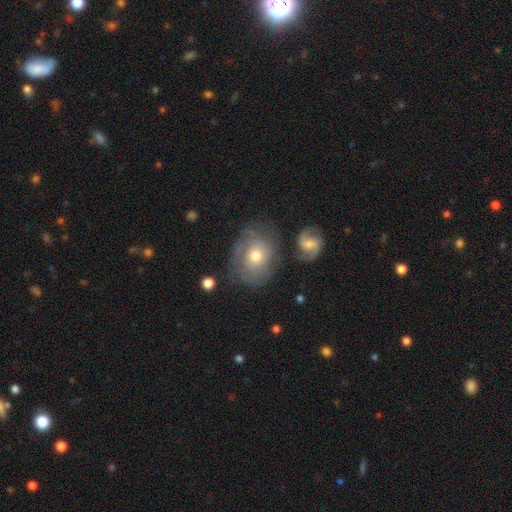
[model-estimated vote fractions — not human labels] A featured or disk galaxy (55%) with no bar (80%), spiral arms (75%) and a moderate central bulge (63%). Merging: none (65%).